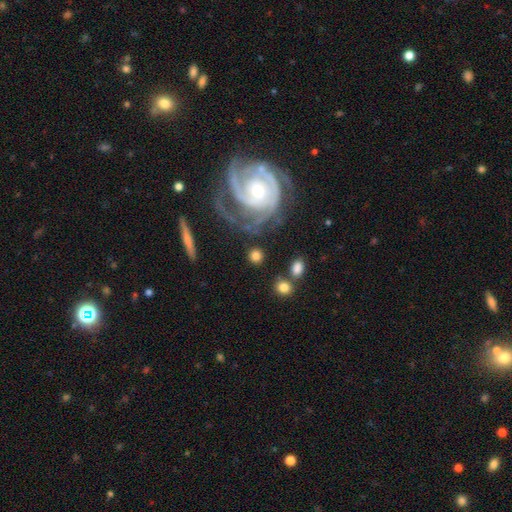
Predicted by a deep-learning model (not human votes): smooth 64%, featured or disk 28%, star or artifact 8%. Down the decision tree: how rounded — round (83%); merging — none (76%).